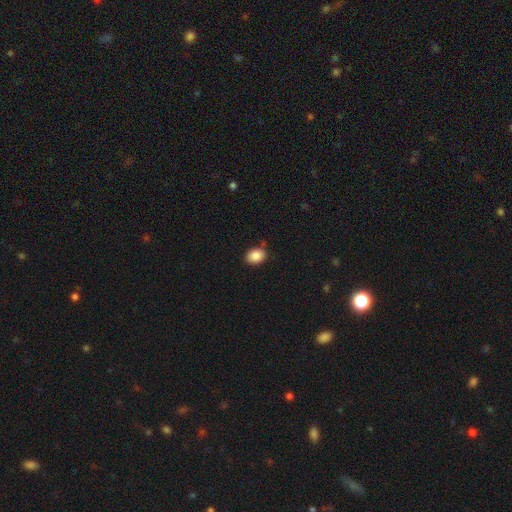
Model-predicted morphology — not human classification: This appears to be a smooth galaxy with no disk features (87%) that is in between round and cigar-shaped (70%). Merging: none (85%).